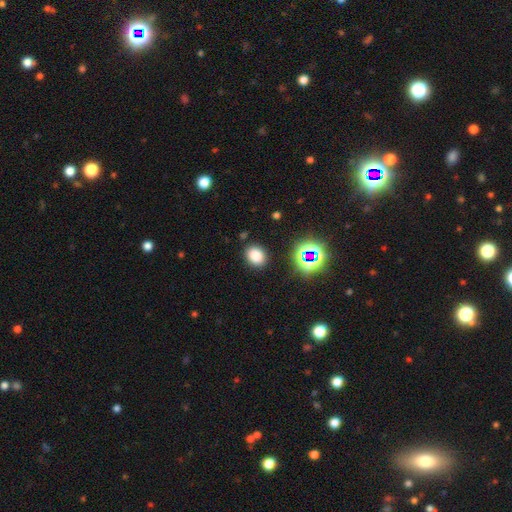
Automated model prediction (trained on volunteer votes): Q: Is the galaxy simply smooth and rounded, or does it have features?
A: smooth — 78%.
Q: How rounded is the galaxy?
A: round — 53%.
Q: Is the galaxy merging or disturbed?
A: none — 87%.